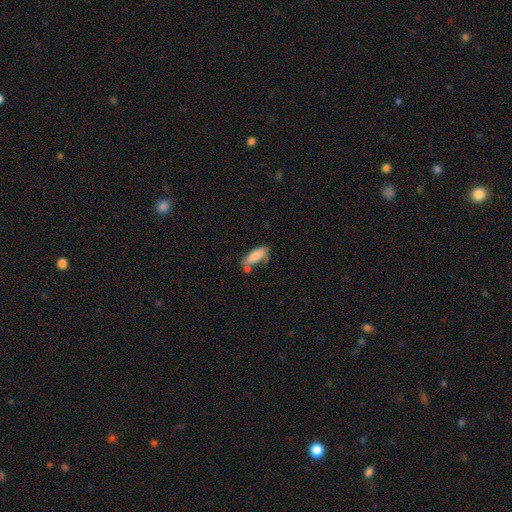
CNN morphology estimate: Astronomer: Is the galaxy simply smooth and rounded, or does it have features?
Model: smooth — 82%.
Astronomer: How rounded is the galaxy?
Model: in between — 78%.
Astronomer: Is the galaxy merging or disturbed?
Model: none — 45% (runner-up: minor disturbance, 24%).